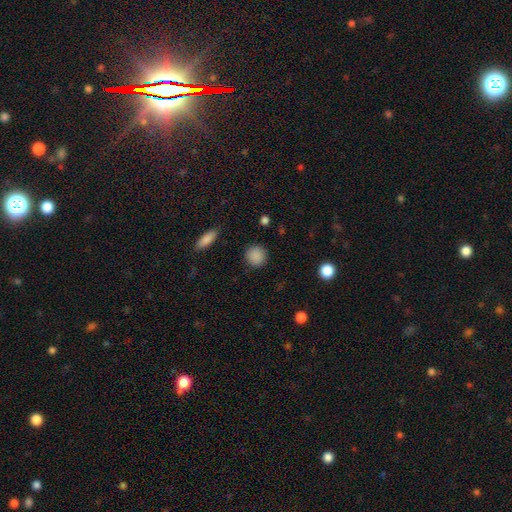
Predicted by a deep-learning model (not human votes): Smooth or featured? smooth (88%)
How rounded? round (89%)
Merging? none (88%)